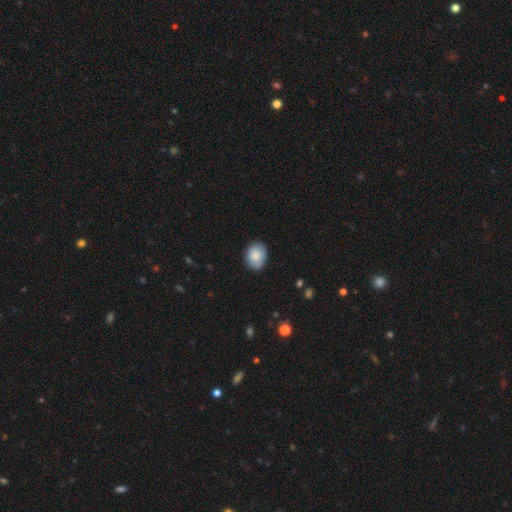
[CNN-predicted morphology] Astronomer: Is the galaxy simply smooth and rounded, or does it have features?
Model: smooth — 86%.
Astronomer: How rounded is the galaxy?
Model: in between — 61% (runner-up: round, 38%).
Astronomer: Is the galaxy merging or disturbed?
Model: none — 83%.